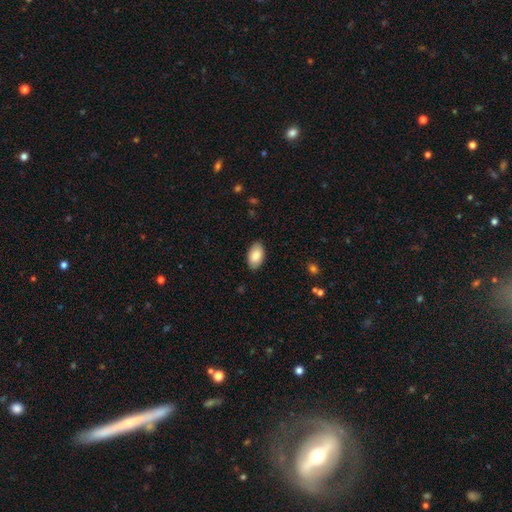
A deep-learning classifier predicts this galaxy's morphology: Smooth or featured? Predicted: smooth (p=0.85). How rounded? Predicted: in between (p=0.95). Merging? Predicted: none (p=0.88).